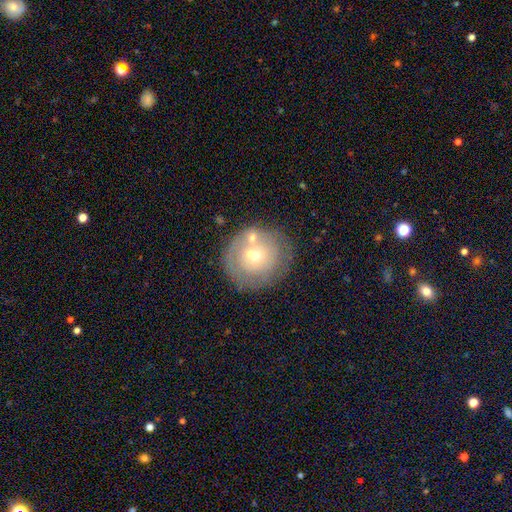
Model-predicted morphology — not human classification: This appears to be a featured or disk galaxy (46%). Merging: none (60%).